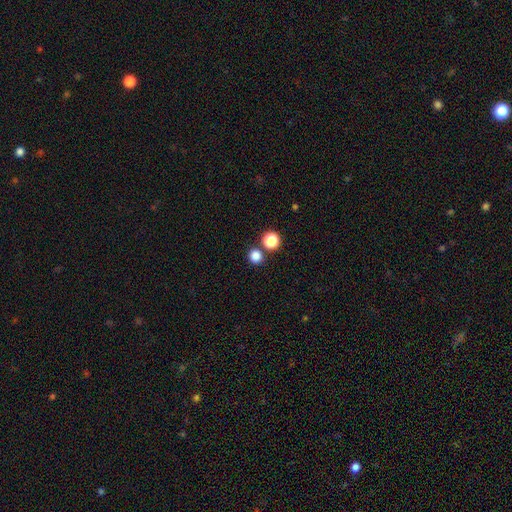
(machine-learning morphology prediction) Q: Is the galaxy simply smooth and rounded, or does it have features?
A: smooth — 81%.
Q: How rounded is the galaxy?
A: round — 92%.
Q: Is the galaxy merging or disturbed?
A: none — 77%.